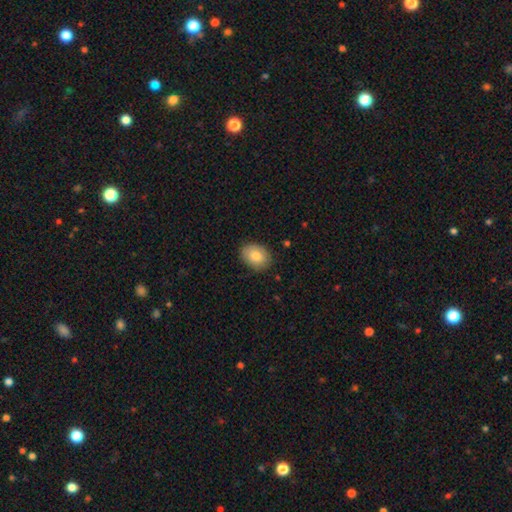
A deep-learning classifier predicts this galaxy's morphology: Smooth or featured? Predicted: smooth (p=0.83). How rounded? Predicted: in between (p=0.65). Merging? Predicted: none (p=0.85).